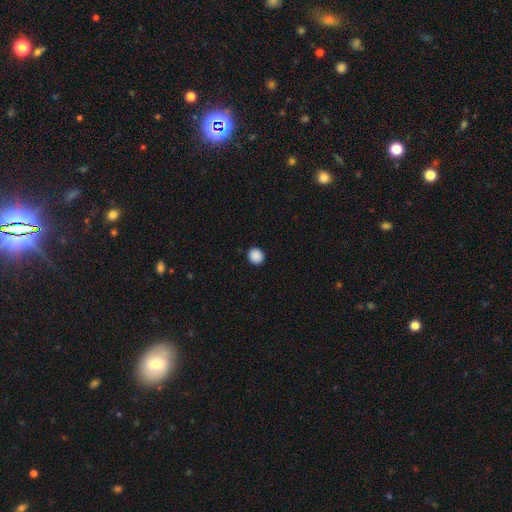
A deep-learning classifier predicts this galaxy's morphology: smooth 89%, star or artifact 9%, featured or disk 2%. Down the decision tree: how rounded — round (90%); merging — none (93%).